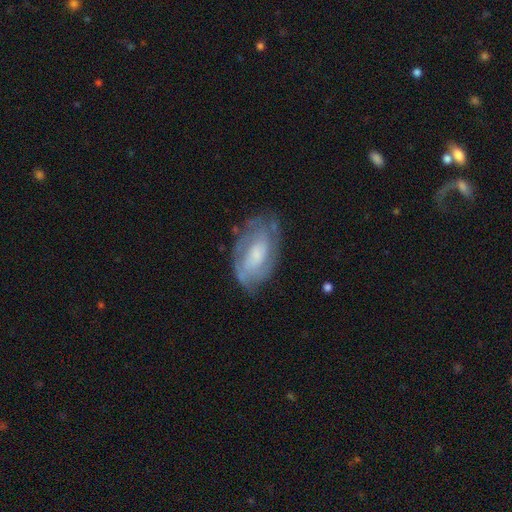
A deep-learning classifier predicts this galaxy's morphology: Overall: featured or disk (69%). Edge-on disk: no (95%). Bar: no (65%; weak 28%). Spiral arms: yes (79%). Spiral arm count: can't tell (48%; 2 30%). Spiral winding: tight (58%; medium 31%). Bulge size: small (51%; moderate 29%). Merging: none (67%).